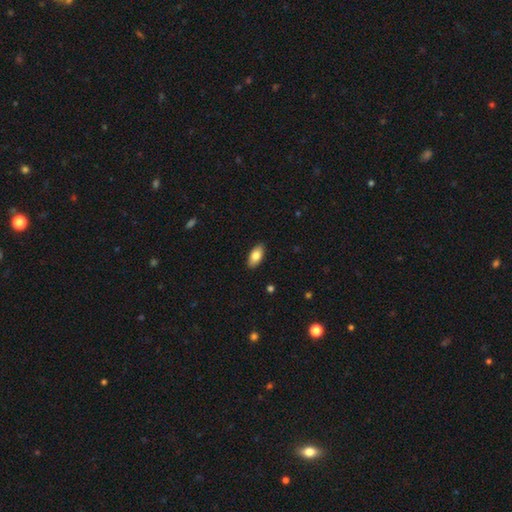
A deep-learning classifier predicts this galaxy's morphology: Smooth or featured? Predicted: smooth (p=0.80). How rounded? Predicted: in between (p=0.91). Merging? Predicted: none (p=0.89).